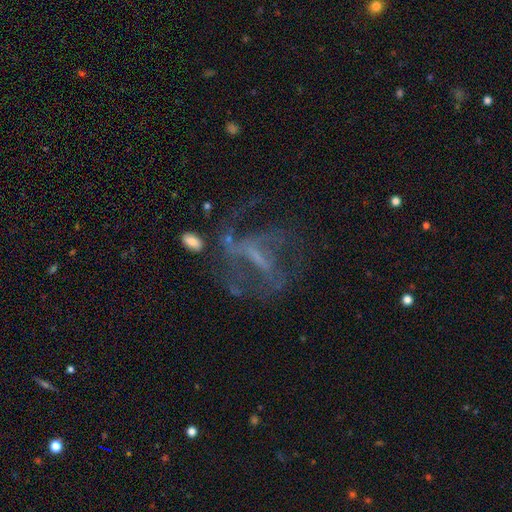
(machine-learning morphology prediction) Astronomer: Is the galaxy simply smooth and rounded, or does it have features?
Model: featured or disk — 67%.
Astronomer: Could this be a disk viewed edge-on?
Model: no — 93%.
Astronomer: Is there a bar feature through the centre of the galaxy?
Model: weak — 37% (runner-up: no, 32%).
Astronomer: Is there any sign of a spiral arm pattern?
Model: yes — 54% (runner-up: no, 46%).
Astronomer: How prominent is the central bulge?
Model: none — 48% (runner-up: small, 31%).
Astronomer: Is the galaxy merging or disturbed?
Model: none — 44% (runner-up: major disturbance, 35%).